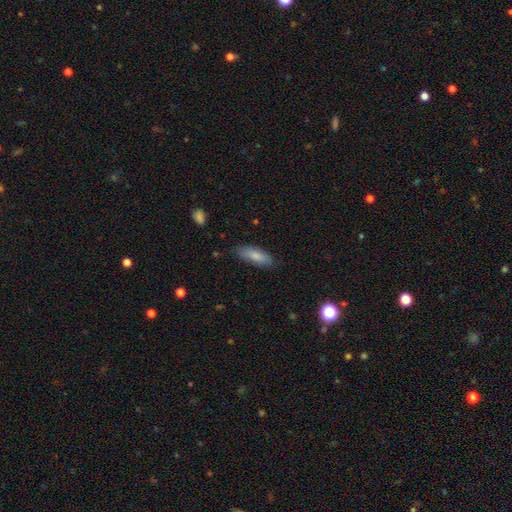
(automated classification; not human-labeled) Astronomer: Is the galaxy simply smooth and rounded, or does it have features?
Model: smooth — 83%.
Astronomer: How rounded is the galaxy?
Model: in between — 67%.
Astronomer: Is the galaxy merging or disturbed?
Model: none — 81%.